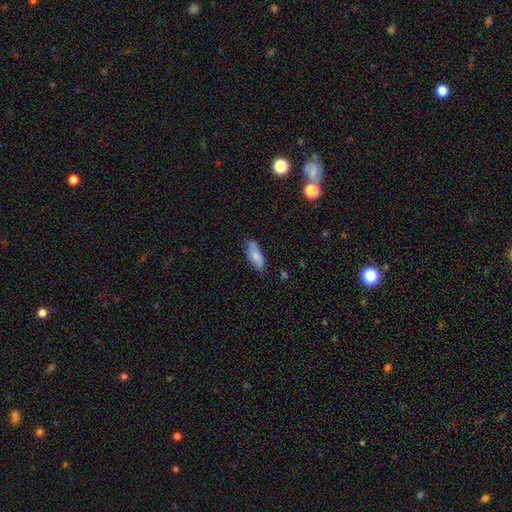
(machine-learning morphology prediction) smooth_or_featured: smooth (p=0.78) [alt: featured or disk p=0.16]
how_rounded: in between (p=0.76) [alt: cigar-shaped p=0.21]
merging: none (p=0.72) [alt: minor disturbance p=0.21]